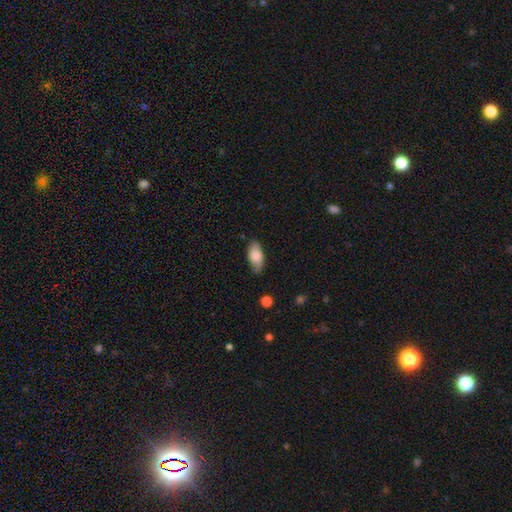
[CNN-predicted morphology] A smooth galaxy with no disk features (81%) that is in between round and cigar-shaped (90%).

Vote fractions:
- Smooth or featured? smooth: 81% / featured or disk: 12% / star or artifact: 6%
- How rounded? in between: 90% / cigar-shaped: 7% / round: 3%
- Merging? none: 77% / minor disturbance: 18% / major disturbance: 4% / merger: 2%